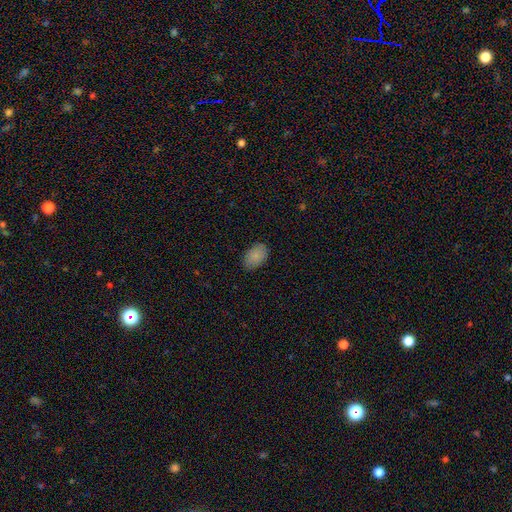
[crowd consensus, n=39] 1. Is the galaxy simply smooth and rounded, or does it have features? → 85% smooth, 10% featured or disk, 5% star or artifact.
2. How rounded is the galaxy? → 91% in between, 9% round, 0% cigar-shaped.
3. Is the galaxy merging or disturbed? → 86% none, 11% minor disturbance, 3% merger, 0% major disturbance.